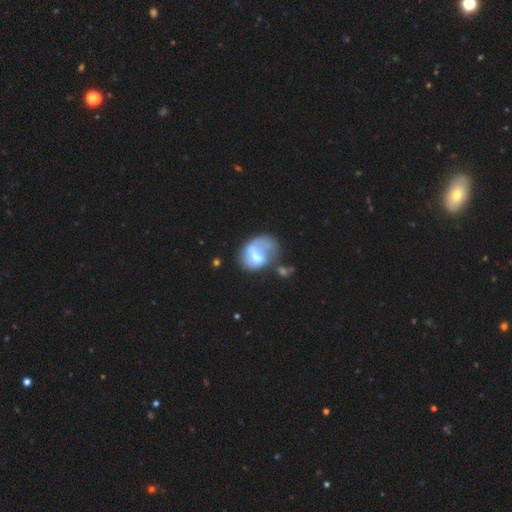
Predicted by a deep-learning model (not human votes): The model was most divided on "smooth or featured": featured or disk: 47%, smooth: 44%, star or artifact: 9%. Remaining: merging — major disturbance (37%).